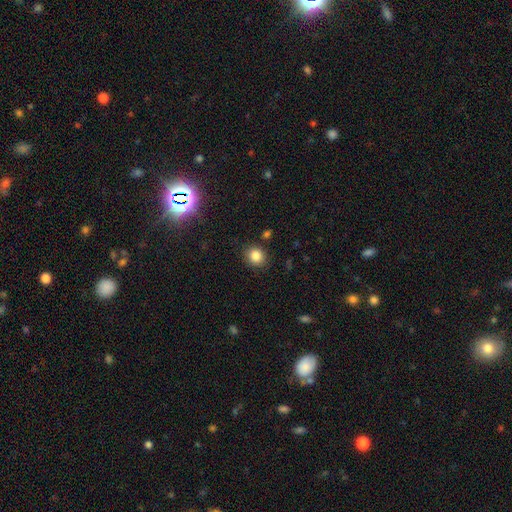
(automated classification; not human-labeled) The model was most divided on "how rounded": round: 82%, in between: 17%, cigar-shaped: 1%. More confident: merging — none (88%); smooth or featured — smooth (82%).